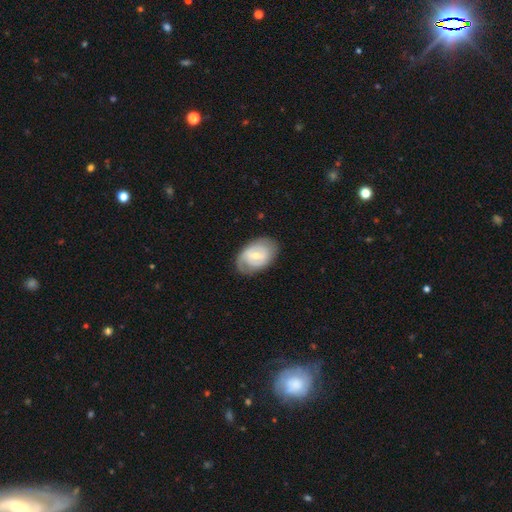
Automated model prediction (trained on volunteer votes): Q: Smooth or featured?
A: featured or disk (58%); runner-up: smooth (37%)
Q: Edge-on disk?
A: no (95%); runner-up: yes (5%)
Q: Bar?
A: weak (54%); runner-up: no (30%)
Q: Spiral arms?
A: yes (67%); runner-up: no (33%)
Q: Bulge size?
A: moderate (52%); runner-up: small (42%)
Q: Merging?
A: none (73%); runner-up: minor disturbance (20%)